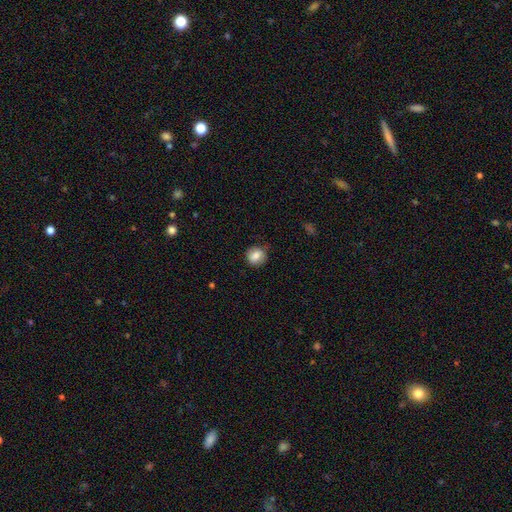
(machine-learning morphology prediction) This appears to be a smooth galaxy with no disk features (83%) that is round (77%). Merging: none (79%).